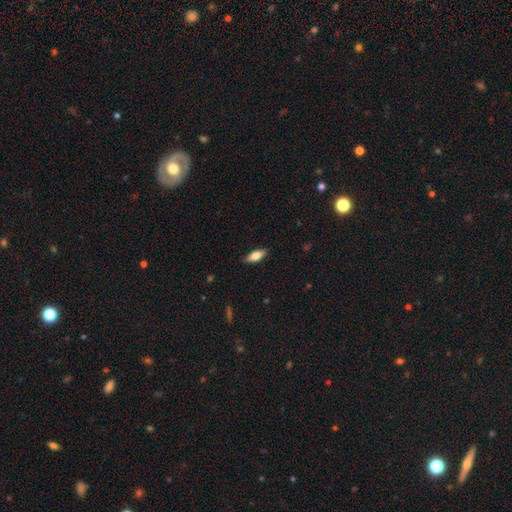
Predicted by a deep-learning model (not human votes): Smooth or featured?
  - smooth: 66% *
  - featured or disk: 28%
  - star or artifact: 7%
How rounded?
  - in between: 71% *
  - cigar-shaped: 26%
  - round: 3%
Merging?
  - none: 87% *
  - minor disturbance: 10%
  - major disturbance: 2%
  - merger: 1%